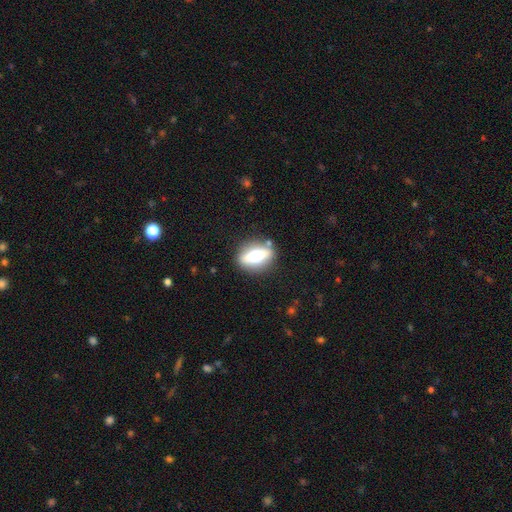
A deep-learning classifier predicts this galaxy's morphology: This is possibly a featured or disk galaxy (53%). It is likely viewed edge-on (67%). Merging: clearly none (83%).